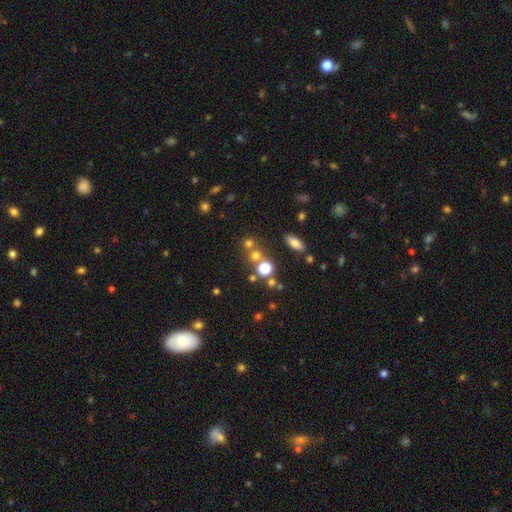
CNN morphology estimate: Q: Smooth or featured?
A: smooth (62%); runner-up: star or artifact (26%)
Q: How rounded?
A: round (85%); runner-up: in between (13%)
Q: Merging?
A: none (59%); runner-up: merger (28%)